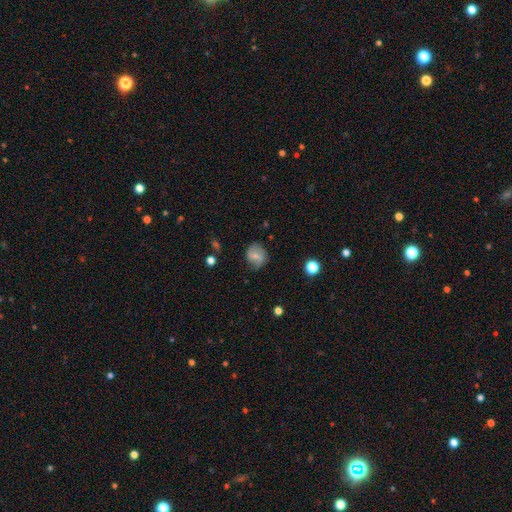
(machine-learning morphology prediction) A smooth galaxy with no disk features (48%). Merging: none (70%).